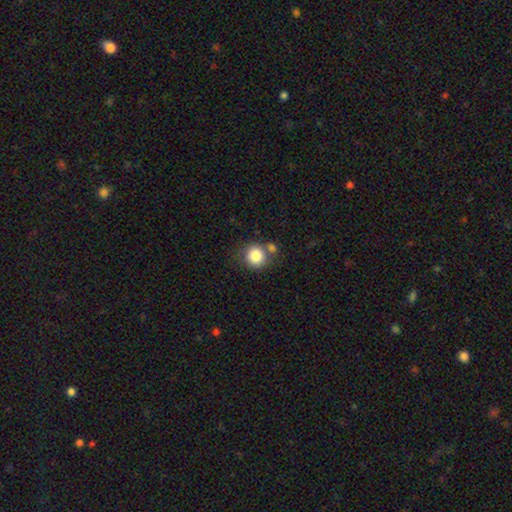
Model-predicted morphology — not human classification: Smooth or featured? Predicted: smooth (p=0.84). How rounded? Predicted: round (p=0.90). Merging? Predicted: none (p=0.64).